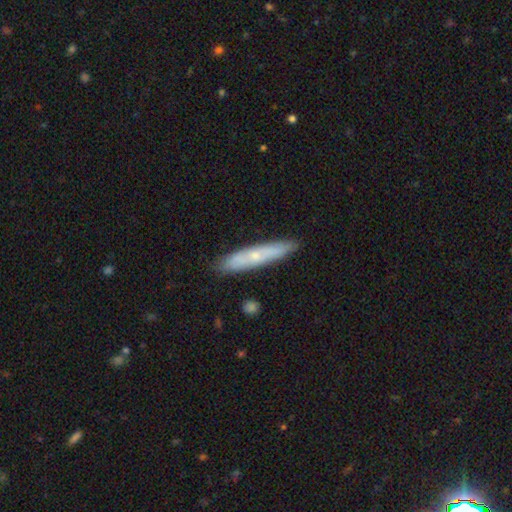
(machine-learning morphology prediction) smooth-or-featured: smooth: 53% | featured or disk: 41% | star or artifact: 6%
  how-rounded: cigar-shaped: 90% | in between: 8% | round: 2%
  merging: none: 87% | minor disturbance: 10% | major disturbance: 2% | merger: 2%